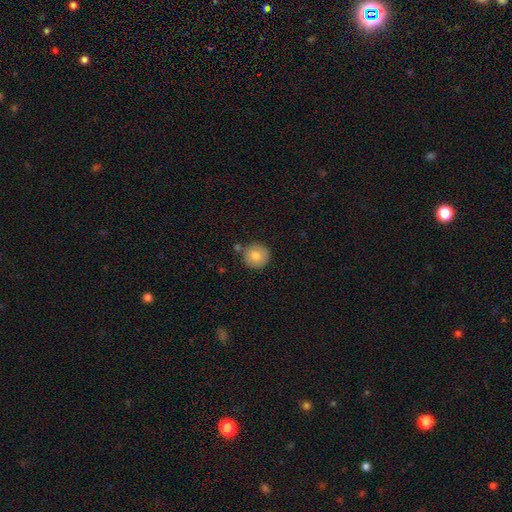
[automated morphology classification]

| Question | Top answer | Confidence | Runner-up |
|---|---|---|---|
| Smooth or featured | smooth | 80% | featured or disk (12%) |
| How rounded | round | 94% | in between (5%) |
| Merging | none | 79% | minor disturbance (11%) |